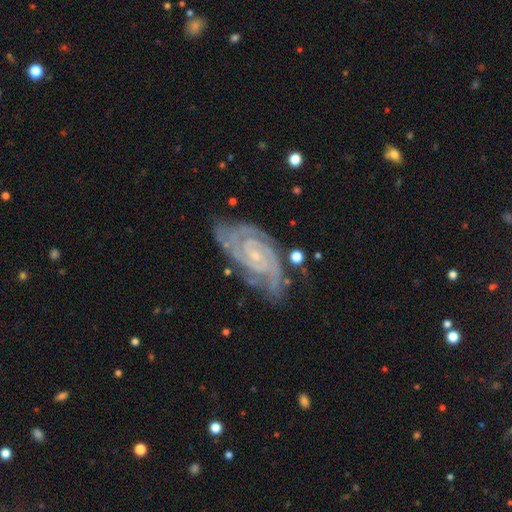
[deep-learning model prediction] Q: Smooth or featured?
A: featured or disk (91%); runner-up: star or artifact (5%)
Q: Edge-on disk?
A: no (97%); runner-up: yes (3%)
Q: Bar?
A: no (62%); runner-up: weak (28%)
Q: Spiral arms?
A: yes (98%); runner-up: no (2%)
Q: Spiral winding?
A: tight (76%); runner-up: medium (22%)
Q: Spiral arm count?
A: 2 (52%); runner-up: 3 (21%)
Q: Bulge size?
A: small (82%); runner-up: moderate (11%)
Q: Merging?
A: none (69%); runner-up: minor disturbance (22%)